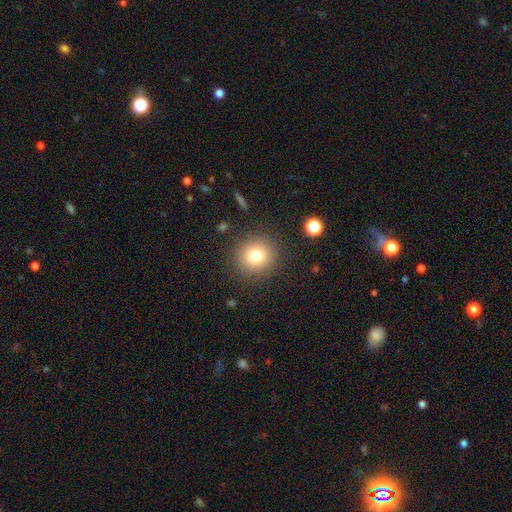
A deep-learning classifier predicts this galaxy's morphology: Smooth or featured?
  - smooth: 79% *
  - star or artifact: 12%
  - featured or disk: 9%
How rounded?
  - round: 91% *
  - in between: 8%
  - cigar-shaped: 1%
Merging?
  - none: 87% *
  - minor disturbance: 8%
  - major disturbance: 3%
  - merger: 2%